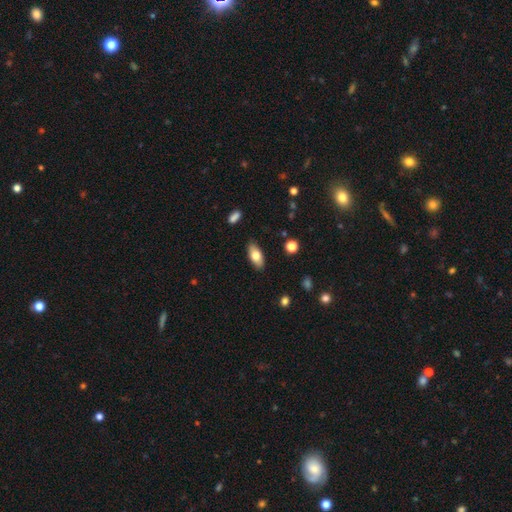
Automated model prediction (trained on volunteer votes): Q: Smooth or featured?
A: smooth (76%); runner-up: featured or disk (18%)
Q: How rounded?
A: in between (88%); runner-up: cigar-shaped (9%)
Q: Merging?
A: none (86%); runner-up: minor disturbance (11%)